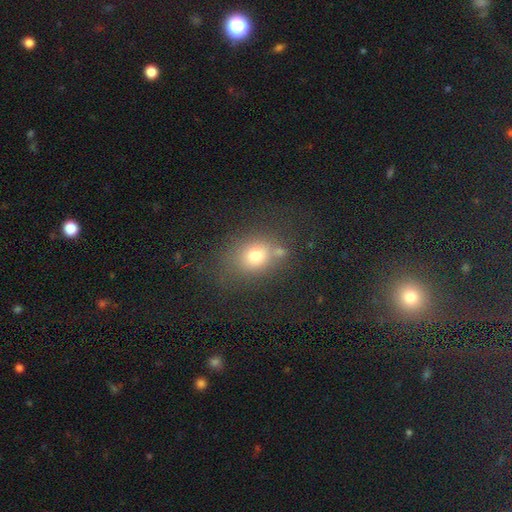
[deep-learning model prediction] smooth 73%, star or artifact 15%, featured or disk 12%. Down the decision tree: how rounded — round (55%); merging — none (62%).